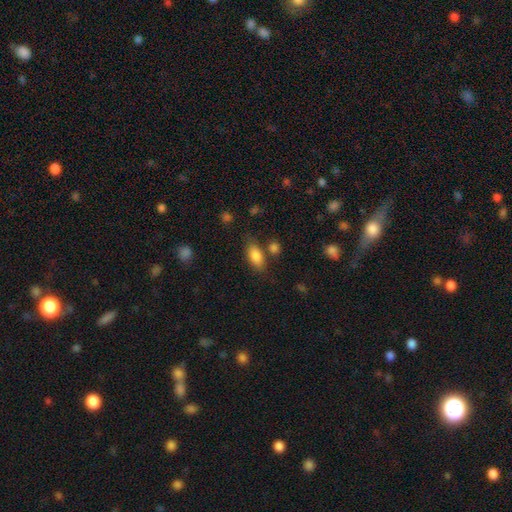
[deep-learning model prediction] This is clearly a smooth galaxy (85%). How rounded: clearly in between (86%). Merging: likely none (71%).